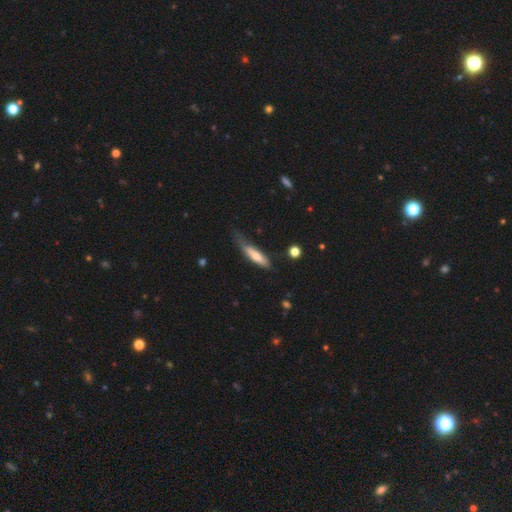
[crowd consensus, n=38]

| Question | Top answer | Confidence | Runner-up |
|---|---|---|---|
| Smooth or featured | smooth | 55% | featured or disk (42%) |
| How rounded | cigar-shaped | 76% | in between (24%) |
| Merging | none | 32% | tied: minor disturbance (32%) |